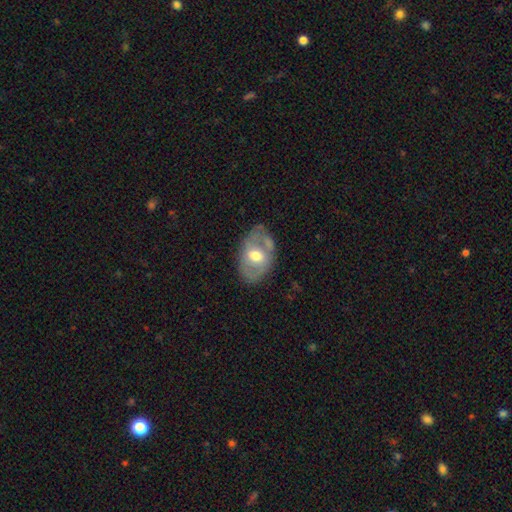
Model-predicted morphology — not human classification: type=featured or disk (59%); edge-on=no (93%); bar=no (48%); spiral arms=no (62%); bulge=moderate (72%); merging=none (63%).